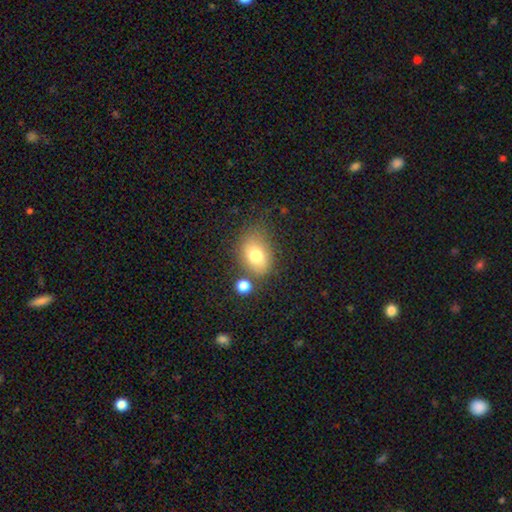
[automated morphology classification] type=smooth (76%); roundness=in between (72%); merging=none (63%).